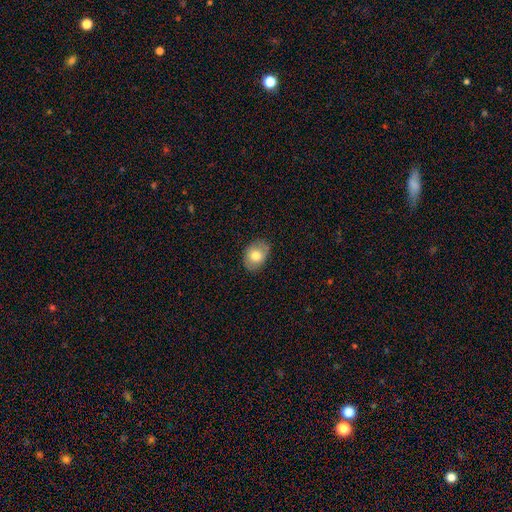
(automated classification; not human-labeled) Smooth or featured? Predicted: smooth (p=0.75). How rounded? Predicted: in between (p=0.68). Merging? Predicted: none (p=0.83).